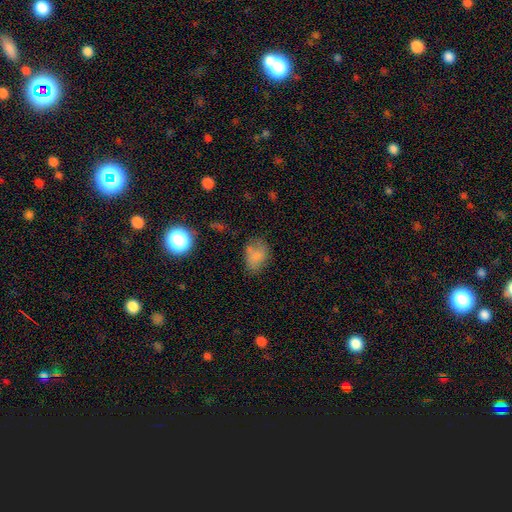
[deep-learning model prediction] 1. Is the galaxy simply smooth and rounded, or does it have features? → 75% smooth, 13% featured or disk, 12% star or artifact.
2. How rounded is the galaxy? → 76% in between, 23% round, 1% cigar-shaped.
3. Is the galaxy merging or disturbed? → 55% none, 25% minor disturbance, 10% merger, 10% major disturbance.